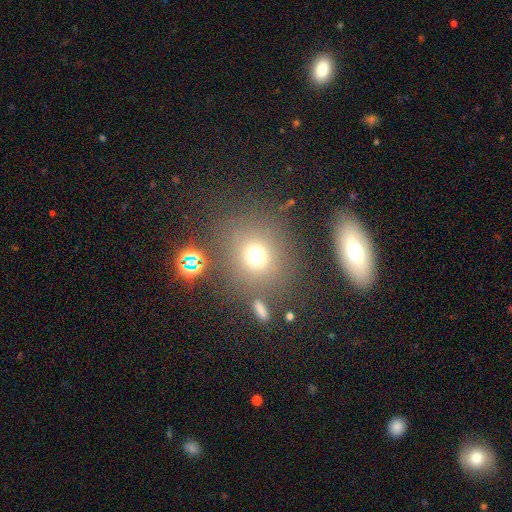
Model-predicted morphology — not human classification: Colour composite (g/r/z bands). It shows a smooth galaxy with no disk features (69%) that is round (81%). Merging: none (74%).